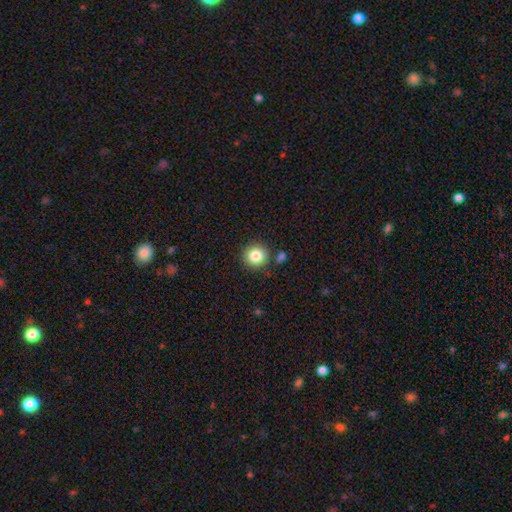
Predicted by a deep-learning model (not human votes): A smooth galaxy with no disk features (84%) that is round (93%).

Vote fractions:
- Smooth or featured? smooth: 84% / star or artifact: 10% / featured or disk: 6%
- How rounded? round: 93% / in between: 6% / cigar-shaped: 1%
- Merging? none: 84% / minor disturbance: 7% / merger: 6% / major disturbance: 2%